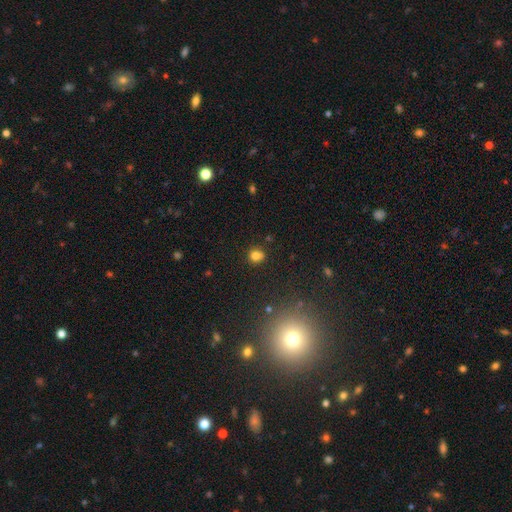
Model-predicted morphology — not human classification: smooth-or-featured: smooth: 76% | star or artifact: 16% | featured or disk: 8%
  how-rounded: round: 81% | in between: 18% | cigar-shaped: 1%
  merging: none: 65% | merger: 18% | minor disturbance: 13% | major disturbance: 4%